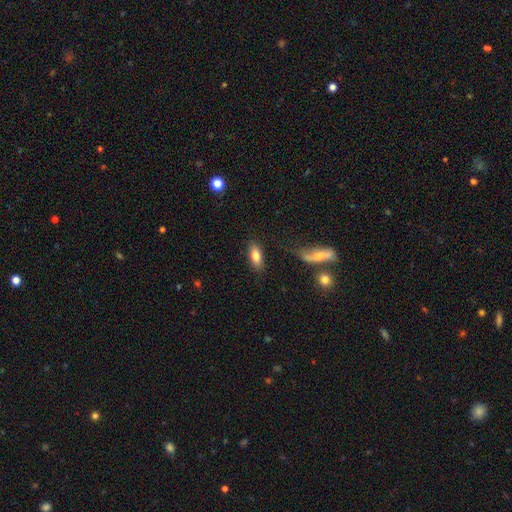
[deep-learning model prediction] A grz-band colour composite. It shows a smooth galaxy with no disk features (78%) that is in between round and cigar-shaped (82%). Merging: none (80%).